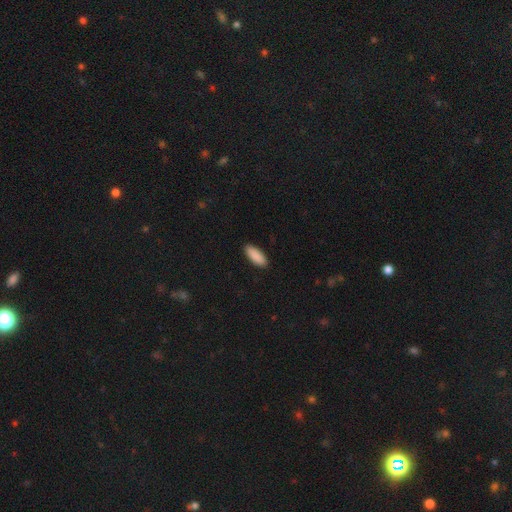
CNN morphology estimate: This is clearly a smooth galaxy (91%). How rounded: likely in between (76%). Merging: clearly none (90%).